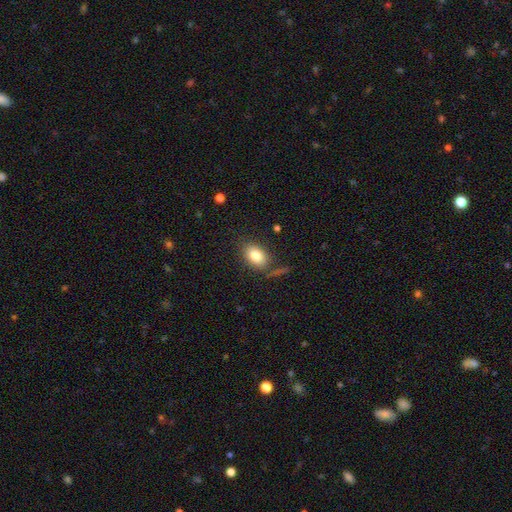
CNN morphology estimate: smooth-or-featured: smooth: 82% | featured or disk: 10% | star or artifact: 8%
  how-rounded: in between: 83% | round: 15% | cigar-shaped: 2%
  merging: none: 76% | minor disturbance: 14% | merger: 5% | major disturbance: 5%